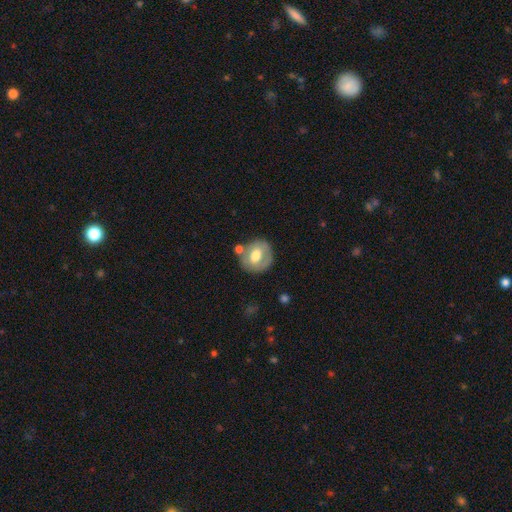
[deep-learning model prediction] Morphology: type=smooth (58%); roundness=round (77%); merging=none (67%).